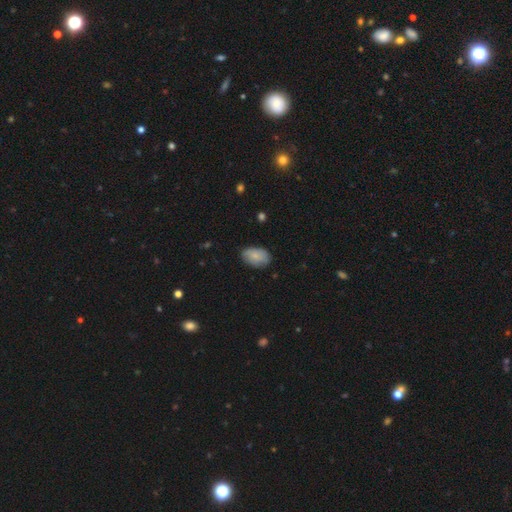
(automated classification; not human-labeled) Q: Smooth or featured?
A: smooth (79%); runner-up: featured or disk (14%)
Q: How rounded?
A: in between (89%); runner-up: round (9%)
Q: Merging?
A: none (76%); runner-up: minor disturbance (20%)